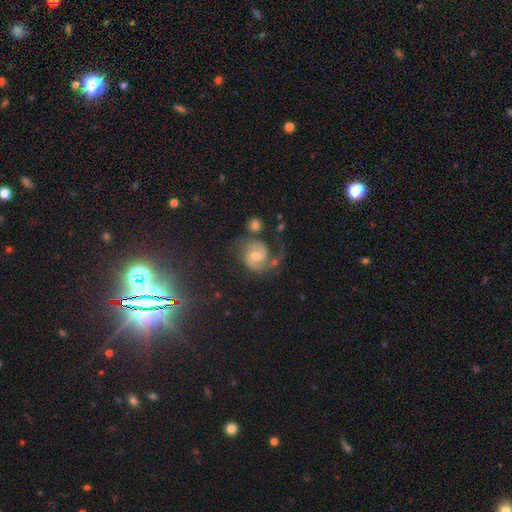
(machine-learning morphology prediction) Q: Smooth or featured?
A: featured or disk (79%); runner-up: smooth (11%)
Q: Edge-on disk?
A: no (98%); runner-up: yes (2%)
Q: Bar?
A: no (55%); runner-up: weak (37%)
Q: Spiral arms?
A: yes (95%); runner-up: no (5%)
Q: Spiral winding?
A: medium (48%); runner-up: tight (29%)
Q: Spiral arm count?
A: 2 (81%); runner-up: 1 (9%)
Q: Bulge size?
A: moderate (65%); runner-up: small (28%)
Q: Merging?
A: none (59%); runner-up: minor disturbance (18%)